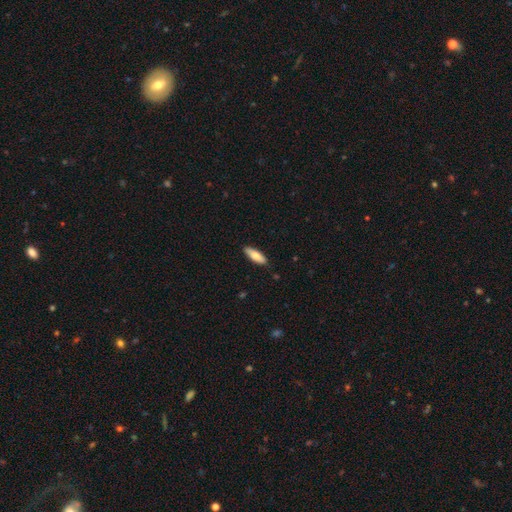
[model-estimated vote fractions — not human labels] Overall: smooth (77%). How rounded: in between (57%; cigar-shaped 41%). Merging: none (88%).